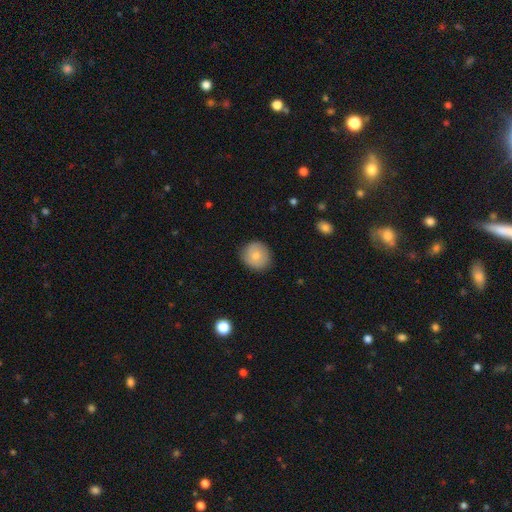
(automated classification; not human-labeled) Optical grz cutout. It shows a smooth galaxy with no disk features (76%) that is round (88%). Merging: none (86%).